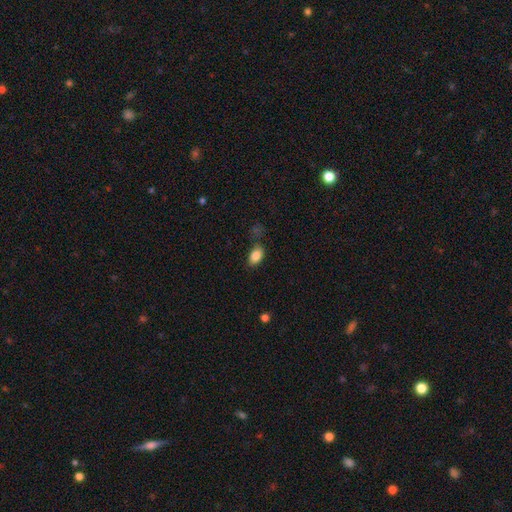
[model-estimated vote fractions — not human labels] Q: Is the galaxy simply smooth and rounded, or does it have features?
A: smooth — 86%.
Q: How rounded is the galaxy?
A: in between — 89%.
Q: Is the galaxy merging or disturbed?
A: none — 73%.